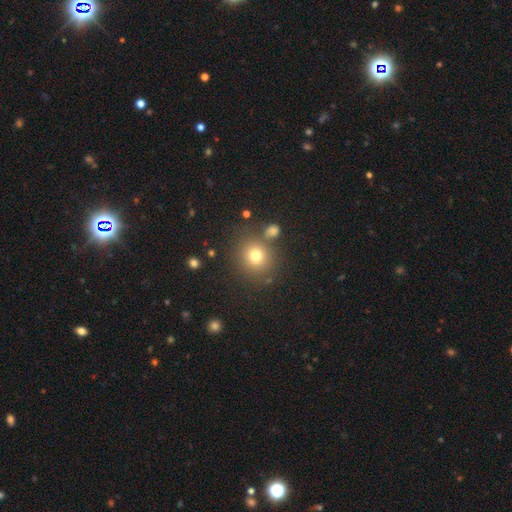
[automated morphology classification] Smooth or featured: smooth — 75% (star or artifact — 15%)
How rounded: round — 88% (in between — 11%)
Merging: none — 76% (minor disturbance — 10%)